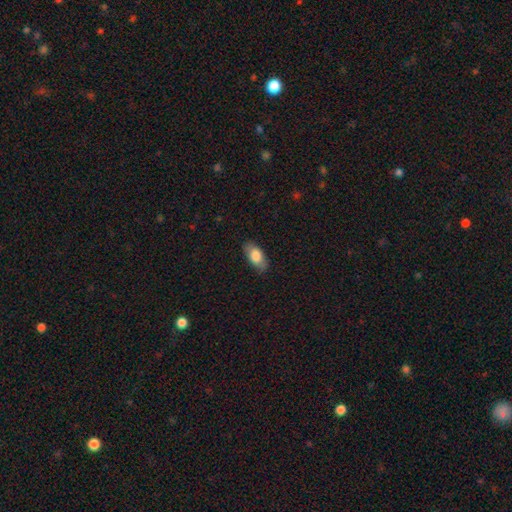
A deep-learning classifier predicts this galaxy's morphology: Smooth or featured? smooth (80%)
How rounded? in between (90%)
Merging? none (84%)